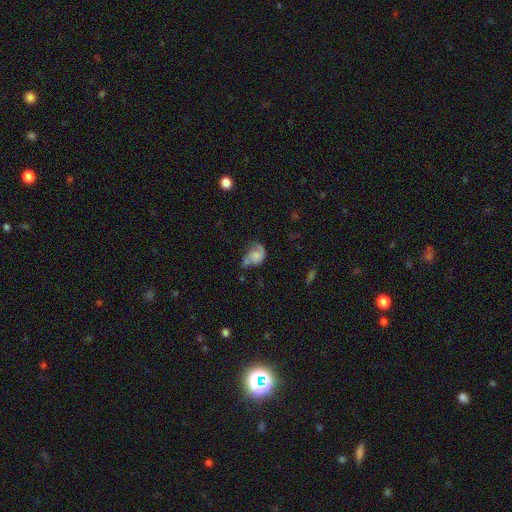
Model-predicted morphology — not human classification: type=featured or disk (55%); edge-on=no (97%); bar=no (76%); spiral arms=yes (80%); bulge=none (49%); merging=none (32%).